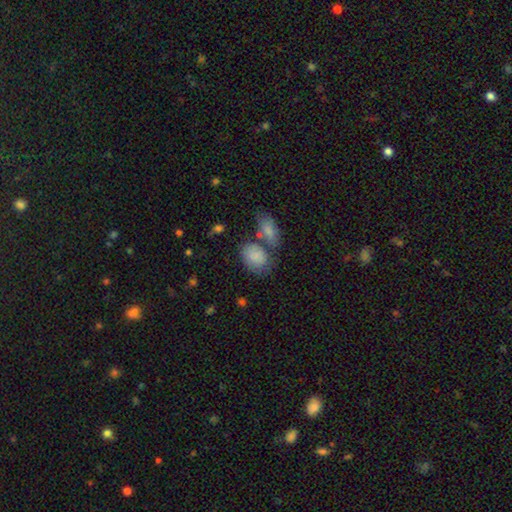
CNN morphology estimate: The model was most divided on "merging": none: 45%, merger: 27%, minor disturbance: 19%, major disturbance: 8%. More confident: smooth or featured — smooth (81%); how rounded — in between (74%).